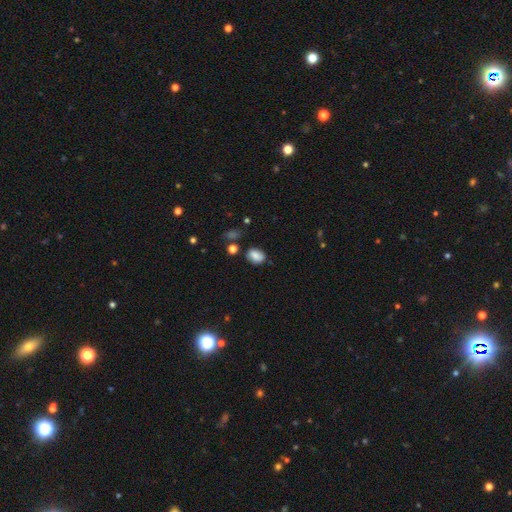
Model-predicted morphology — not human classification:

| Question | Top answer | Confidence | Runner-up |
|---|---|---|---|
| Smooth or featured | smooth | 81% | star or artifact (10%) |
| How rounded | in between | 71% | round (28%) |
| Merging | none | 75% | minor disturbance (16%) |